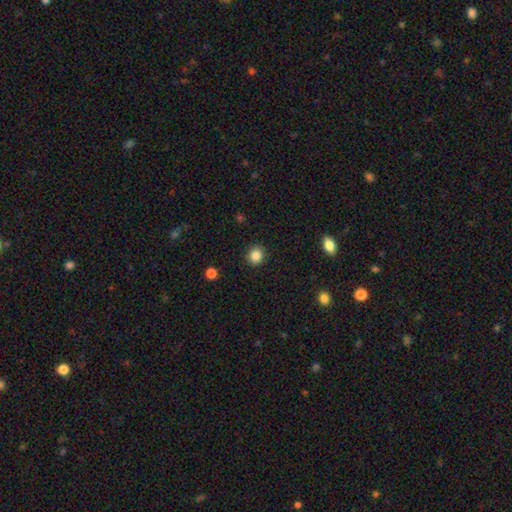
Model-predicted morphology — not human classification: A smooth galaxy with no disk features (85%) that is round (82%).

Vote fractions:
- Smooth or featured? smooth: 85% / star or artifact: 10% / featured or disk: 4%
- How rounded? round: 82% / in between: 17% / cigar-shaped: 1%
- Merging? none: 91% / minor disturbance: 6% / major disturbance: 2% / merger: 1%